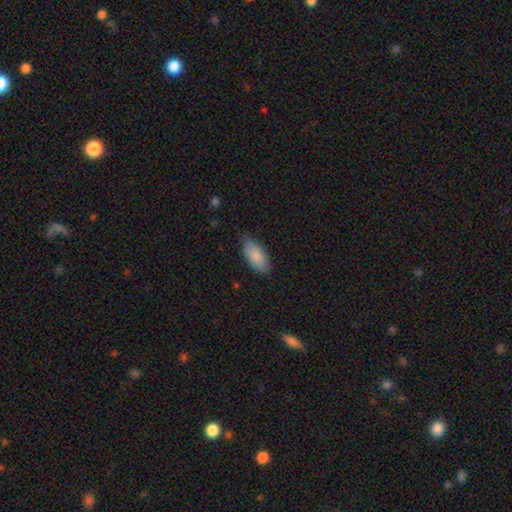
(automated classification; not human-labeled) Smooth or featured: smooth — 84% (featured or disk — 10%)
How rounded: in between — 92% (cigar-shaped — 6%)
Merging: none — 76% (minor disturbance — 20%)